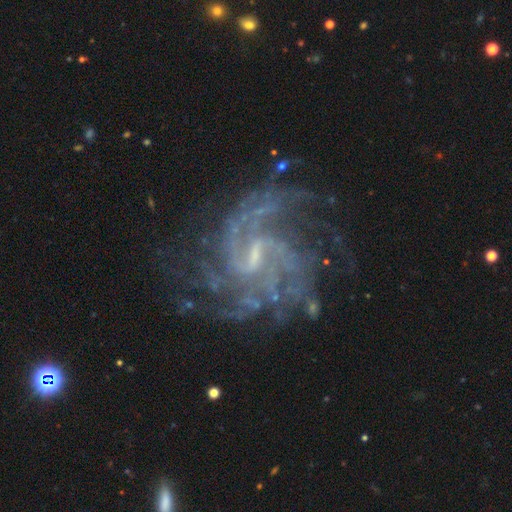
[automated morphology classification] This appears to be a featured or disk galaxy (89%) with a weak bar (60%), medium (47%) spiral arms (96%) and a small central bulge (57%). Merging: none (64%).